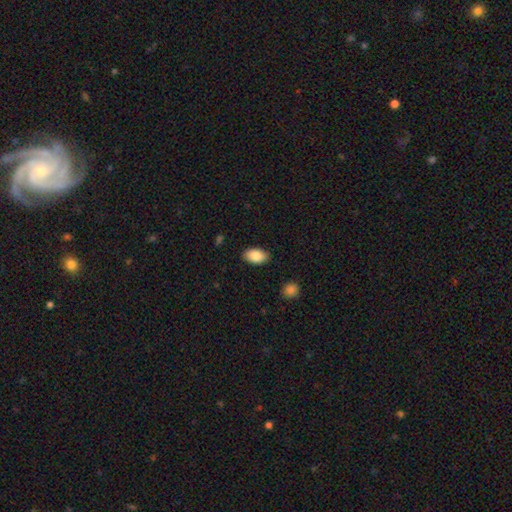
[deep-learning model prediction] This appears to be a smooth galaxy with no disk features (87%) that is in between round and cigar-shaped (93%). Merging: none (87%).